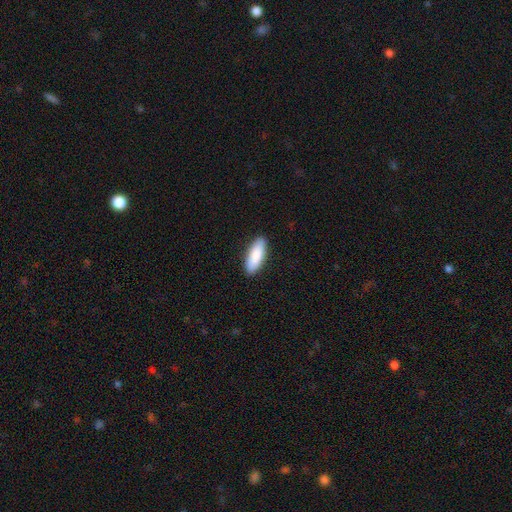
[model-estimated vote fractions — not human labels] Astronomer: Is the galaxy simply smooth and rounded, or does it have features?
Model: smooth — 87%.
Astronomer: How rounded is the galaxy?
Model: in between — 70%.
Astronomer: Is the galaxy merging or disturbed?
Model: none — 90%.